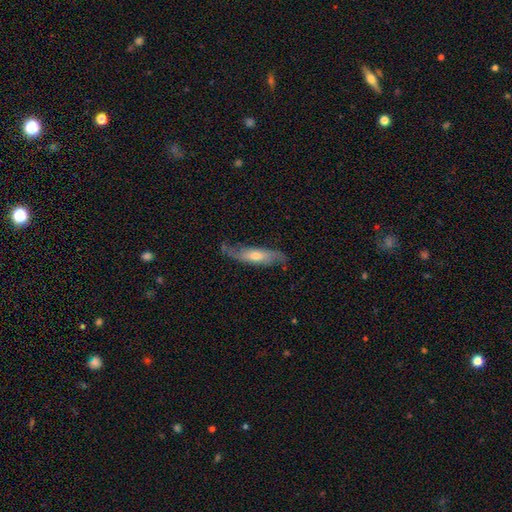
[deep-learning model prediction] This appears to be a featured or disk galaxy (64%). Merging: none (68%).